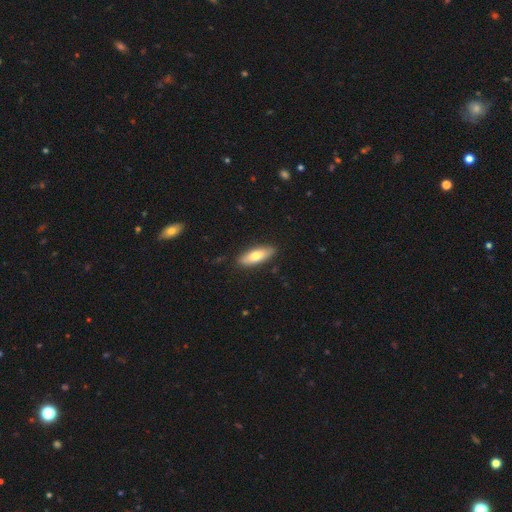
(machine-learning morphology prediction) Smooth or featured? Predicted: smooth (p=0.71). How rounded? Predicted: in between (p=0.66). Merging? Predicted: none (p=0.87).